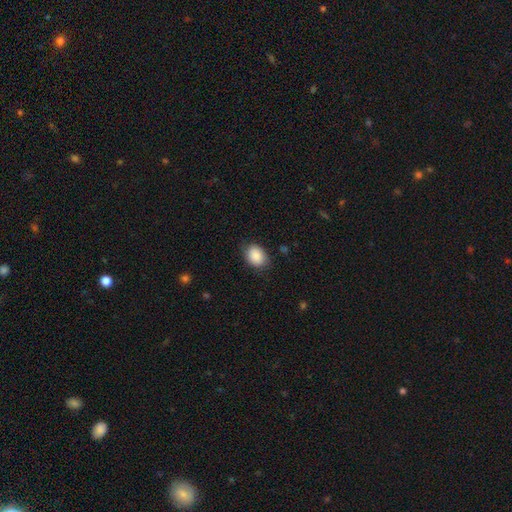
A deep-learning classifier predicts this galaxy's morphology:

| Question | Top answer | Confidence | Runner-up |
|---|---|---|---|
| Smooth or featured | smooth | 88% | star or artifact (7%) |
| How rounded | in between | 69% | round (31%) |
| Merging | none | 79% | minor disturbance (16%) |